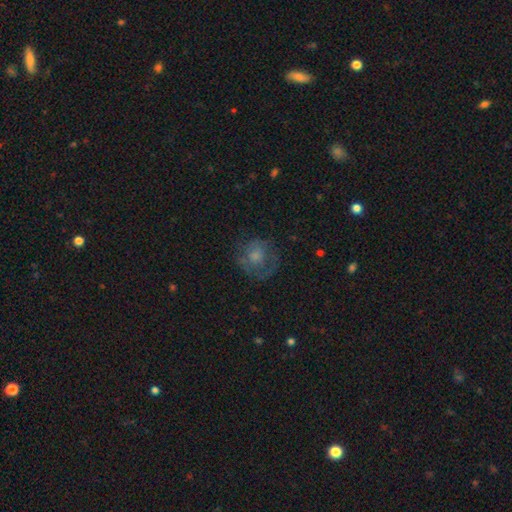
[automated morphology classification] smooth 52%, featured or disk 37%, star or artifact 11%. Down the decision tree: how rounded — round (82%); merging — none (60%).